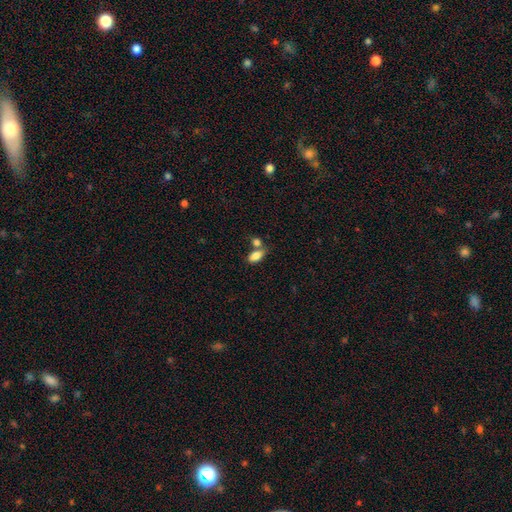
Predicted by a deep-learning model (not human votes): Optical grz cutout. It shows a smooth galaxy with no disk features (84%) that is in between round and cigar-shaped (90%). Merging: none (49%).